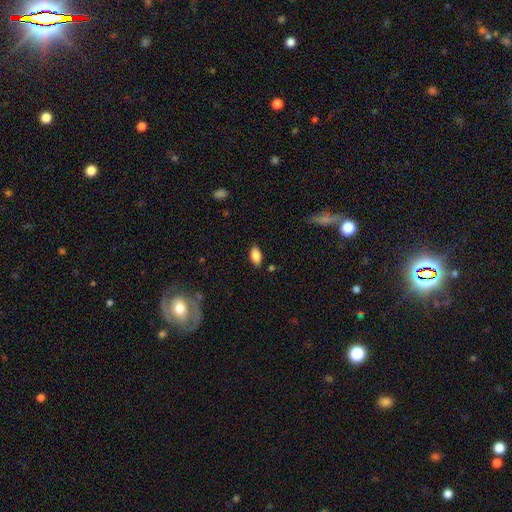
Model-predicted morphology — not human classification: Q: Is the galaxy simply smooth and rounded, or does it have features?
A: smooth — 85%.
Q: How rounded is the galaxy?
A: in between — 92%.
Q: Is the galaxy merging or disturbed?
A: none — 85%.